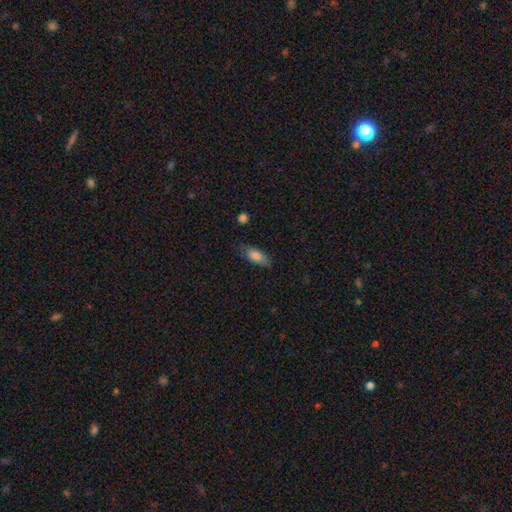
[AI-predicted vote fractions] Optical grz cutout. It shows a smooth galaxy with no disk features (81%) that is in between round and cigar-shaped (83%). Merging: none (73%).